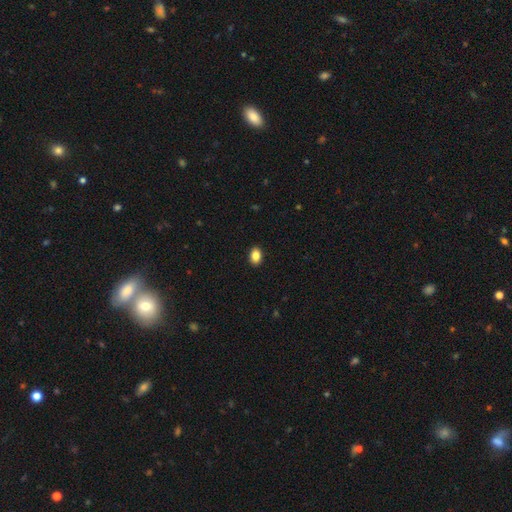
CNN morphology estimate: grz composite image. It shows a smooth galaxy with no disk features (87%) that is in between round and cigar-shaped (80%). Merging: none (91%).